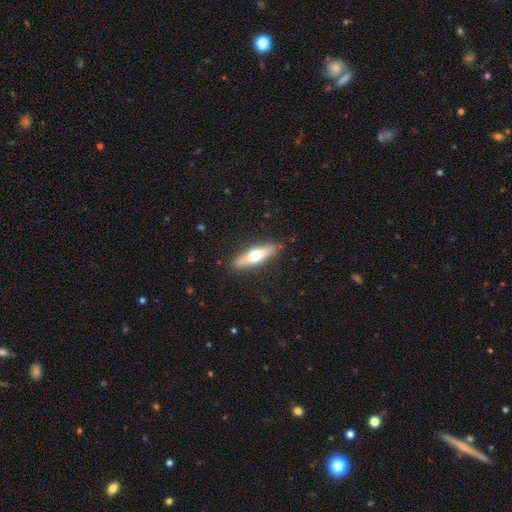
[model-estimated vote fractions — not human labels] smooth 48%, featured or disk 46%, star or artifact 6%. Down the decision tree: merging — none (89%).